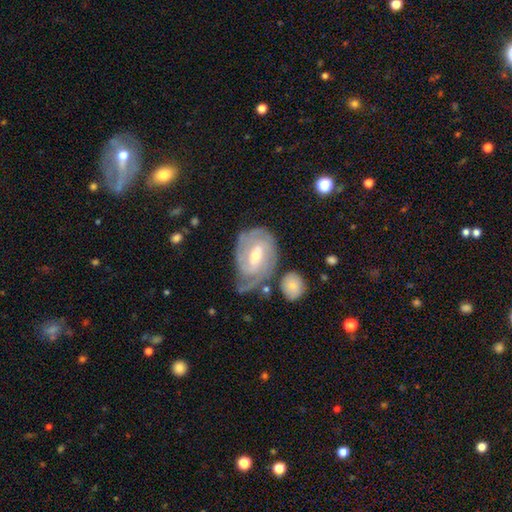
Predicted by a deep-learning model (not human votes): A featured or disk galaxy (82%) with a weak bar (52%), 2 (39%) tight (58%) spiral arms (92%) and a moderate central bulge (53%). Merging: none (52%).